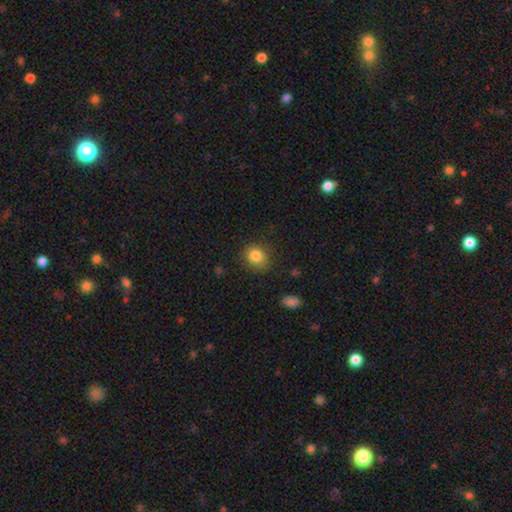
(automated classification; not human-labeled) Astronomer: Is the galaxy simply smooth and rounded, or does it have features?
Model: smooth — 84%.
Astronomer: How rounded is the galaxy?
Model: round — 76%.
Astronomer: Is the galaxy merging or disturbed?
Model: none — 82%.